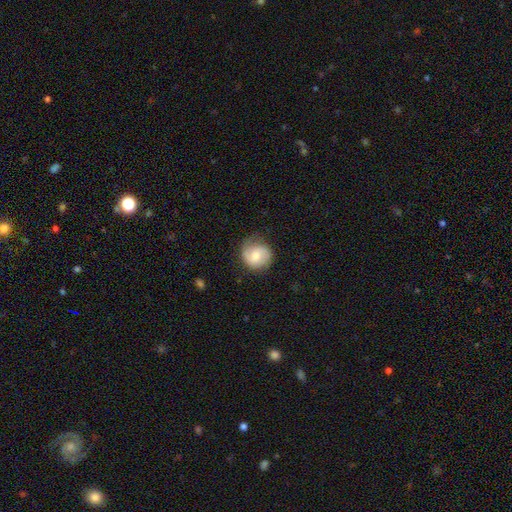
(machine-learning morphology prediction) smooth 59%, featured or disk 34%, star or artifact 7%. Down the decision tree: how rounded — round (87%); merging — none (70%).